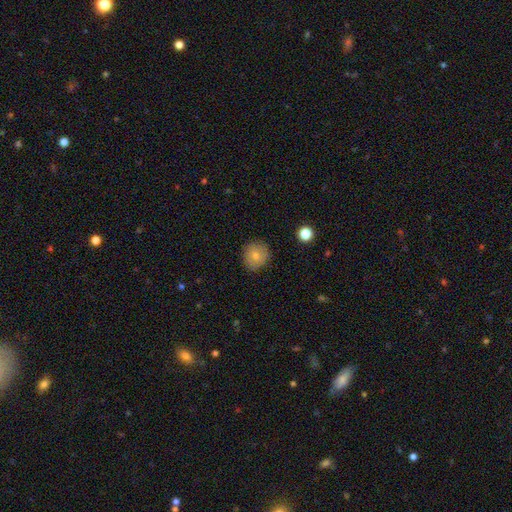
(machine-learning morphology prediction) Overall: smooth (76%). How rounded: round (88%). Merging: none (86%).